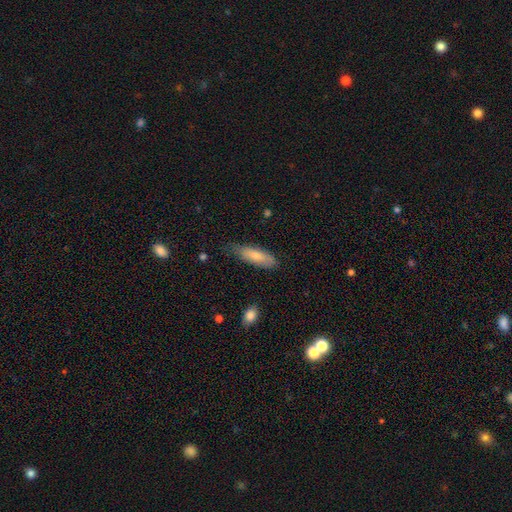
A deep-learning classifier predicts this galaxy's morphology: This appears to be a smooth galaxy with no disk features (78%) that is in between round and cigar-shaped (56%). Merging: none (65%).